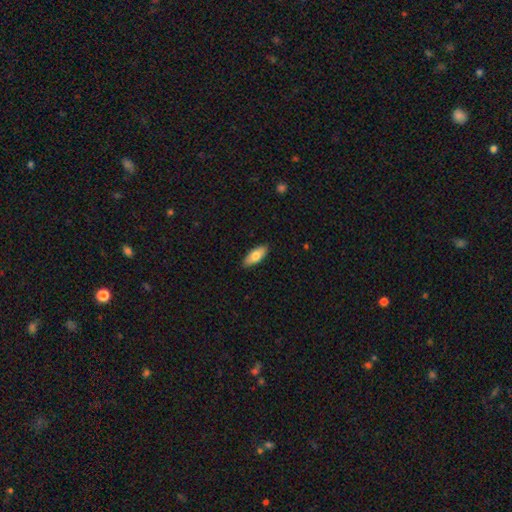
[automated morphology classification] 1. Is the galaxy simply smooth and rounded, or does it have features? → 75% smooth, 20% featured or disk, 6% star or artifact.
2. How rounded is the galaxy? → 80% in between, 18% cigar-shaped, 2% round.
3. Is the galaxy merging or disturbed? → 88% none, 9% minor disturbance, 2% major disturbance, 1% merger.